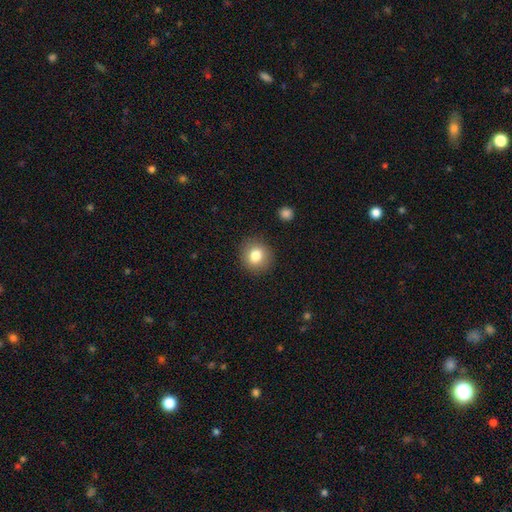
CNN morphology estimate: Smooth or featured? smooth (82%)
How rounded? round (85%)
Merging? none (89%)